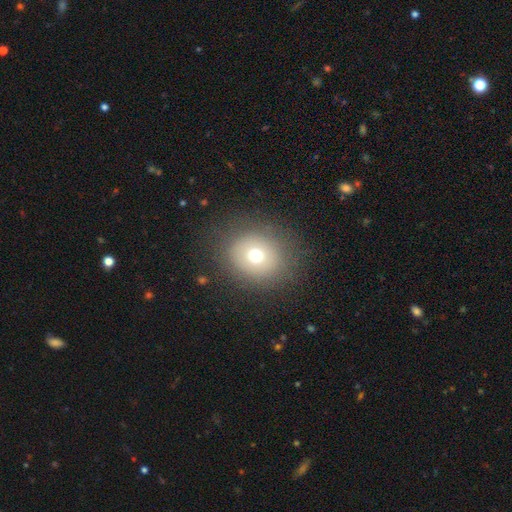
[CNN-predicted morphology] smooth 68%, featured or disk 17%, star or artifact 15%. Down the decision tree: how rounded — round (82%); merging — none (84%).